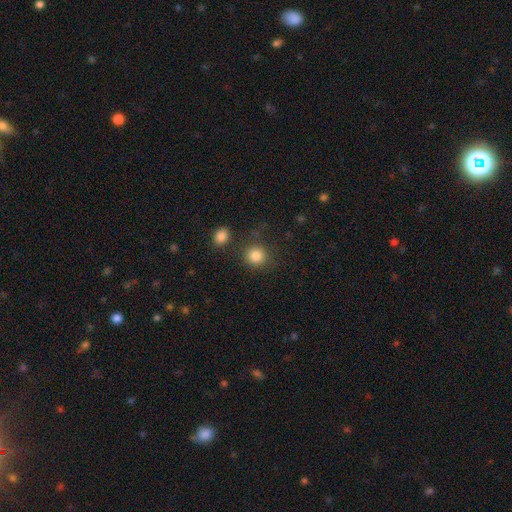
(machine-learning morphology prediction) A smooth galaxy with no disk features (85%) that is round (89%). Merging: none (80%).